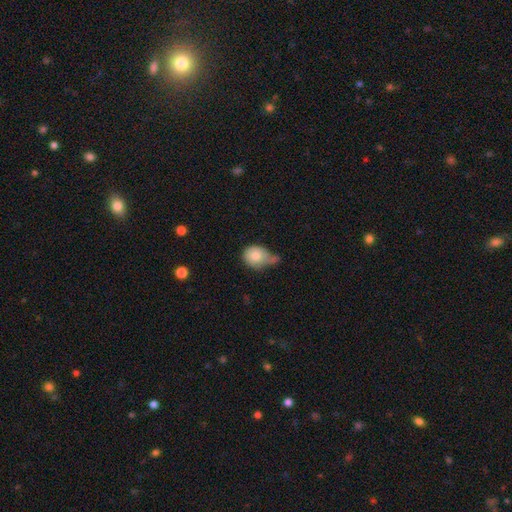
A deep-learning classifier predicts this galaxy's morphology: smooth_or_featured: smooth (p=0.76) [alt: featured or disk p=0.16]
how_rounded: round (p=0.58) [alt: in between p=0.40]
merging: minor disturbance (p=0.32) [alt: none p=0.25]